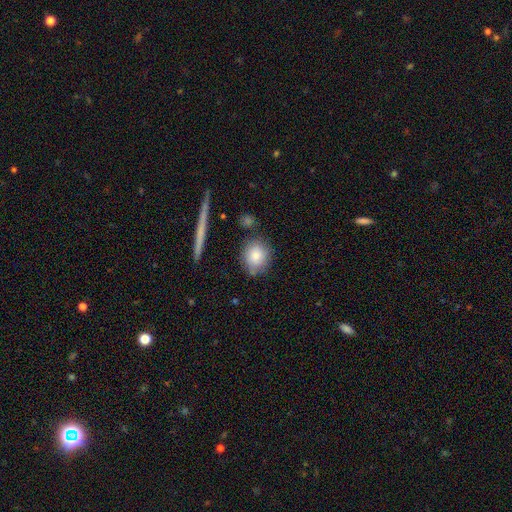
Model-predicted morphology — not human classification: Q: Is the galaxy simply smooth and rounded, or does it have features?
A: smooth — 81%.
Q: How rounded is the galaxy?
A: round — 76%.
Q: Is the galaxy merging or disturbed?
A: none — 75%.